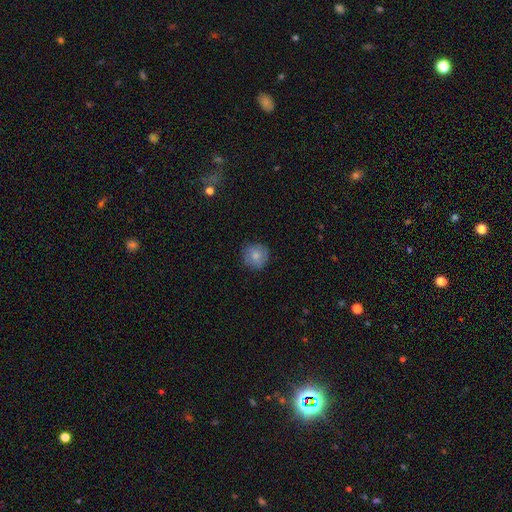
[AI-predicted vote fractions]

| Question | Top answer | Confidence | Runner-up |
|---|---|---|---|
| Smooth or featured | smooth | 79% | featured or disk (13%) |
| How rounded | round | 93% | in between (6%) |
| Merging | none | 84% | minor disturbance (13%) |